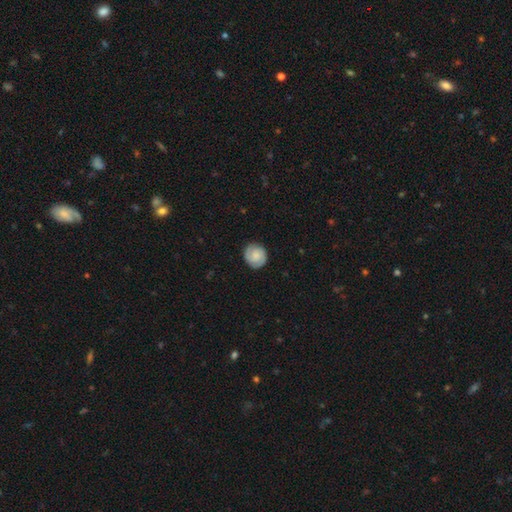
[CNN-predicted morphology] smooth-or-featured: featured or disk: 56% | smooth: 37% | star or artifact: 7%
  disk-edge-on: no: 98% | yes: 2%
    bar: no: 66% | weak: 28% | strong: 5%
    has-spiral-arms: yes: 94% | no: 6%
      spiral-winding: tight: 66% | medium: 28% | loose: 6%
      spiral-arm-count: 2: 70% | can't tell: 11% | 3: 11% | 1: 4% | 4: 2% | more than 4: 2%
    bulge-size: small: 36% | none: 32% | moderate: 23% | large: 7% | dominant: 2%
  merging: none: 86% | minor disturbance: 10% | major disturbance: 3% | merger: 1%